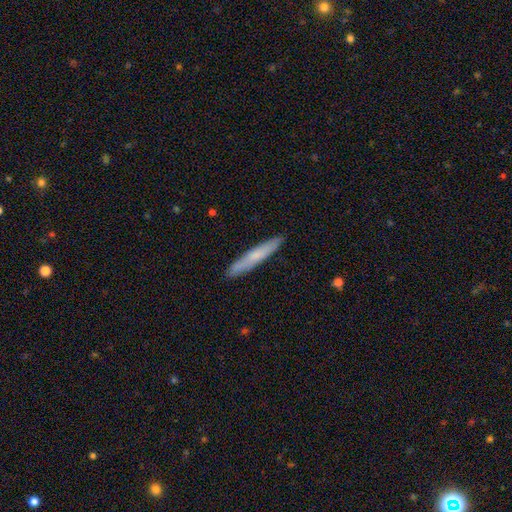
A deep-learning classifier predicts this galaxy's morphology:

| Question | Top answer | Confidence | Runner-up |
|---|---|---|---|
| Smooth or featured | smooth | 61% | featured or disk (33%) |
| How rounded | cigar-shaped | 95% | in between (4%) |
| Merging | none | 90% | minor disturbance (8%) |